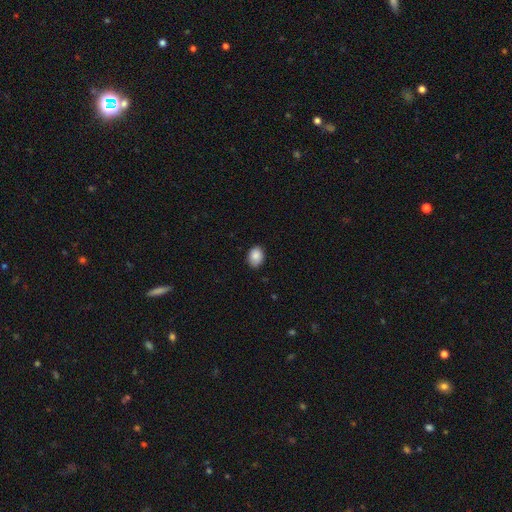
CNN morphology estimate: Q: Smooth or featured?
A: smooth (87%); runner-up: star or artifact (8%)
Q: How rounded?
A: in between (66%); runner-up: round (34%)
Q: Merging?
A: none (85%); runner-up: minor disturbance (12%)